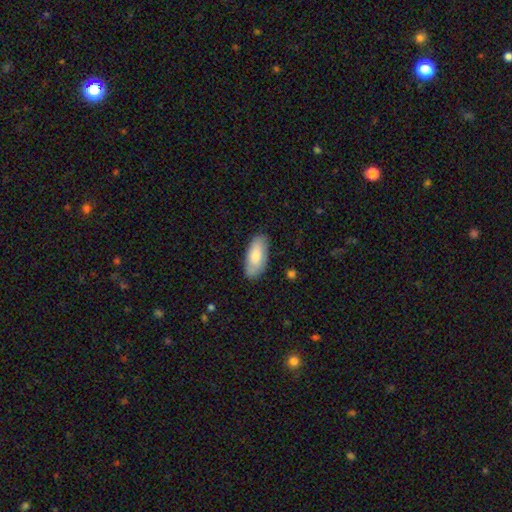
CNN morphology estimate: Smooth or featured? Predicted: smooth (p=0.79). How rounded? Predicted: in between (p=0.90). Merging? Predicted: none (p=0.81).